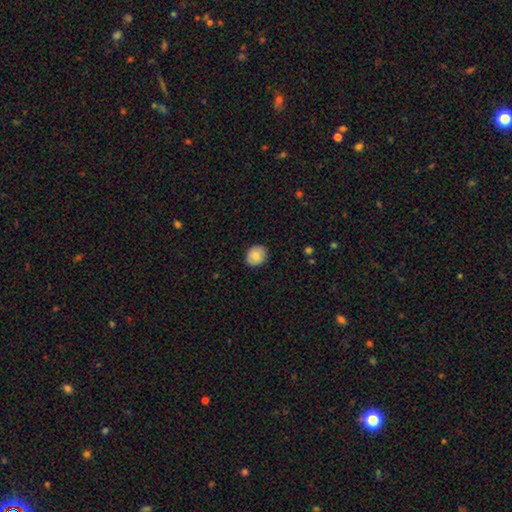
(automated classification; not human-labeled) Smooth or featured: smooth — 78% (featured or disk — 15%)
How rounded: round — 73% (in between — 26%)
Merging: none — 85% (minor disturbance — 12%)